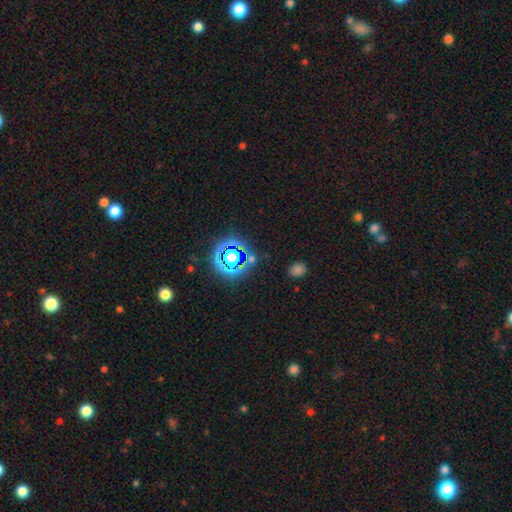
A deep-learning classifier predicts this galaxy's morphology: smooth_or_featured: star or artifact (p=0.78) [alt: smooth p=0.14]